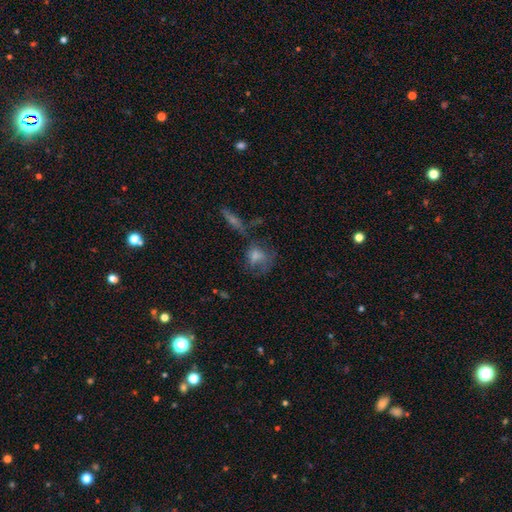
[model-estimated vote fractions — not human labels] Smooth or featured?
  - smooth: 47% *
  - featured or disk: 35%
  - star or artifact: 18%
Merging?
  - none: 46% *
  - major disturbance: 21%
  - minor disturbance: 20%
  - merger: 12%